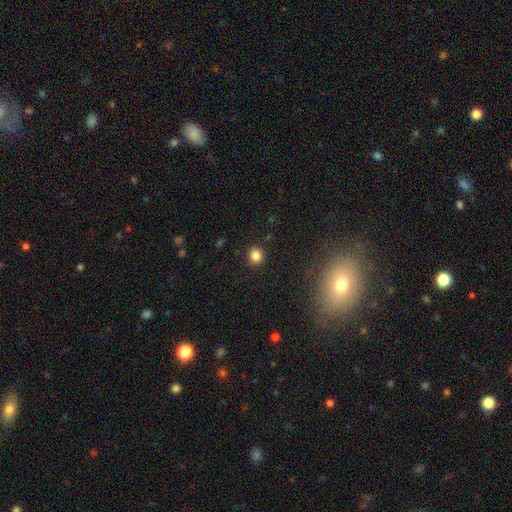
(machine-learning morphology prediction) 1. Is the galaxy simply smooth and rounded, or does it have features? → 84% smooth, 12% star or artifact, 5% featured or disk.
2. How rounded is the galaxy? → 89% round, 10% in between, 1% cigar-shaped.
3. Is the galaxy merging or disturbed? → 91% none, 5% minor disturbance, 2% major disturbance, 1% merger.